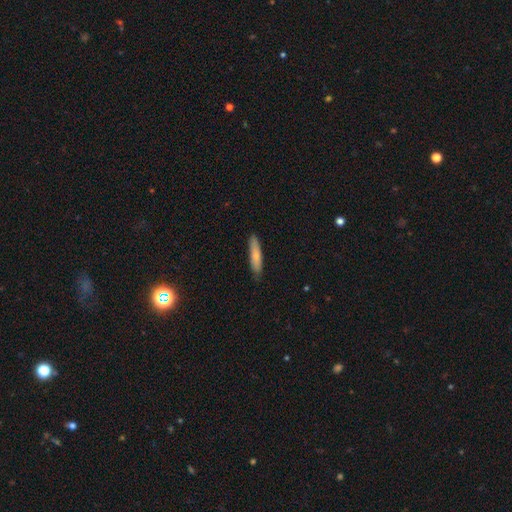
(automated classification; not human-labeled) Q: Smooth or featured?
A: smooth (74%); runner-up: featured or disk (20%)
Q: How rounded?
A: cigar-shaped (84%); runner-up: in between (15%)
Q: Merging?
A: none (85%); runner-up: minor disturbance (12%)